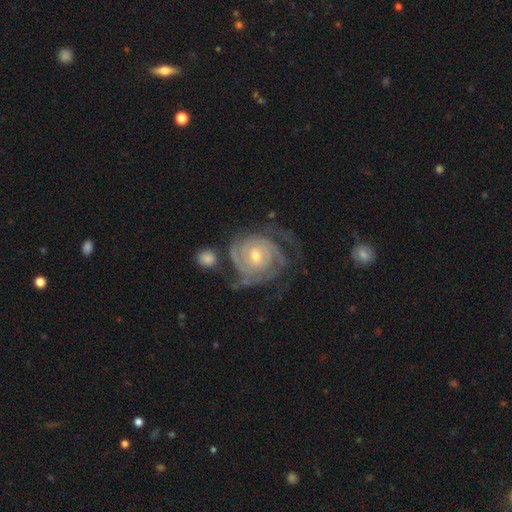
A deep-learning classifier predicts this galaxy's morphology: This is clearly a featured or disk galaxy (90%). It is clearly not viewed edge-on (97%). Bar: likely no (61%). Spiral arm pattern: clearly yes (97%). Spiral arm count: marginally 2 (29%). Spiral winding: likely tight (75%). Central bulge: possibly moderate (51%). Merging: possibly none (59%).